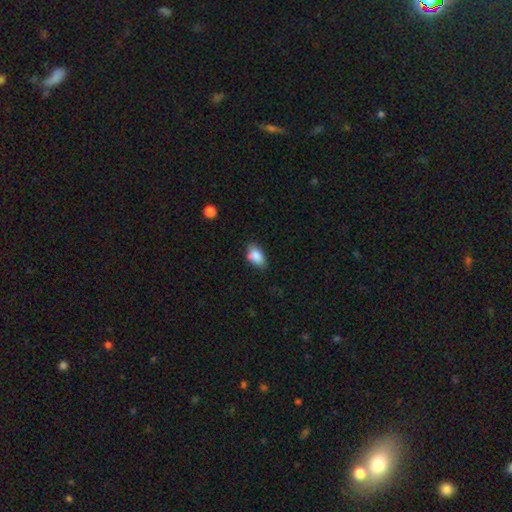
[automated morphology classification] Smooth or featured? smooth (85%)
How rounded? in between (89%)
Merging? none (65%)